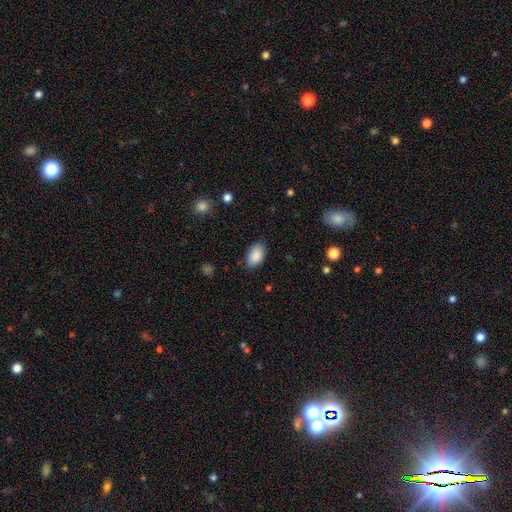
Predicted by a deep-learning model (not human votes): Smooth or featured? Predicted: smooth (p=0.89). How rounded? Predicted: in between (p=0.90). Merging? Predicted: none (p=0.83).